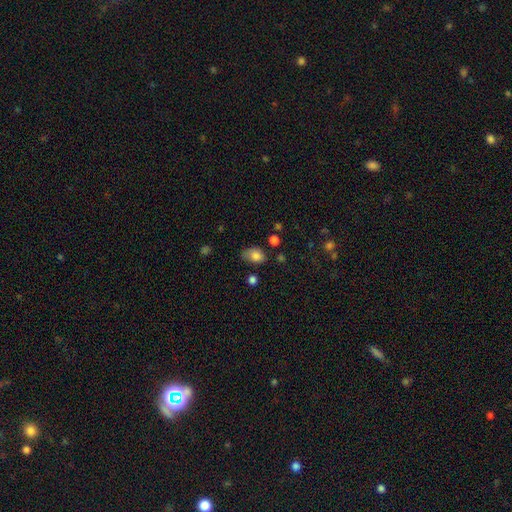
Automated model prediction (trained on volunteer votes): Morphology: type=smooth (82%); roundness=in between (79%); merging=none (52%).